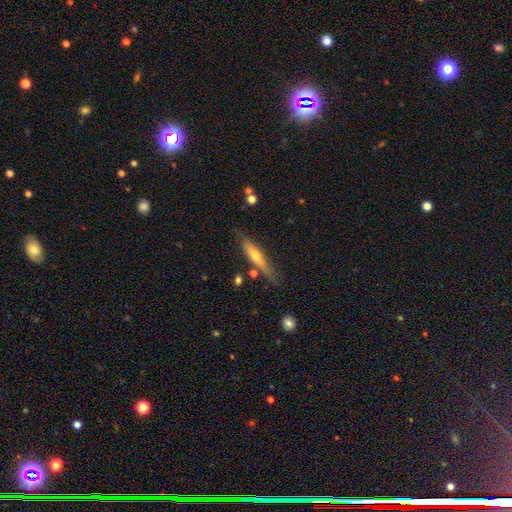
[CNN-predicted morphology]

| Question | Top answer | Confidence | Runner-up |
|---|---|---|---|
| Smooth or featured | featured or disk | 55% | smooth (38%) |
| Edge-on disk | yes | 91% | no (9%) |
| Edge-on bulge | rounded | 84% | none (12%) |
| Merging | none | 77% | minor disturbance (16%) |